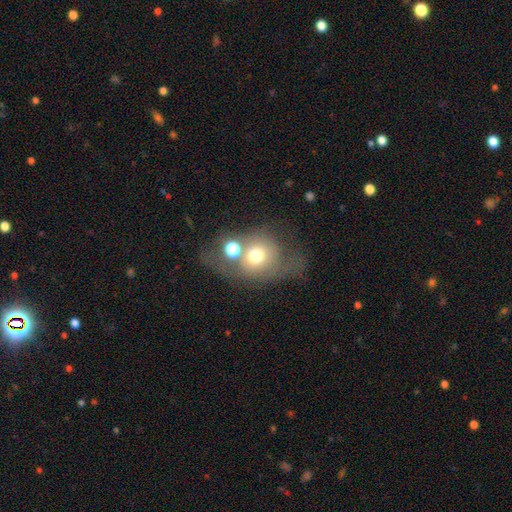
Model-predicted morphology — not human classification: Overall: smooth (58%; featured or disk 28%). How rounded: round (73%). Merging: none (33%; merger 30%).